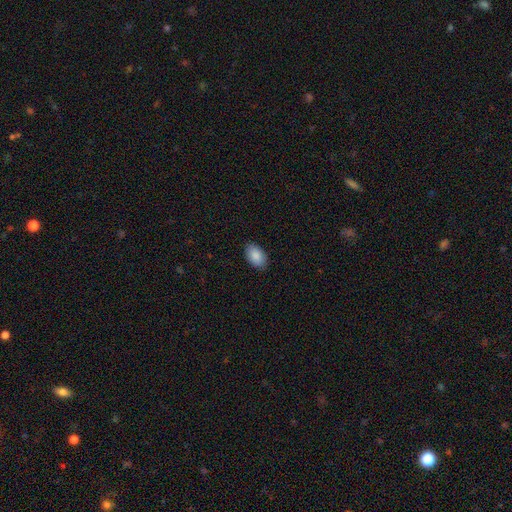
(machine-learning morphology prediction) Smooth or featured?
  - smooth: 89% *
  - star or artifact: 6%
  - featured or disk: 4%
How rounded?
  - in between: 94% *
  - round: 5%
  - cigar-shaped: 1%
Merging?
  - none: 89% *
  - minor disturbance: 9%
  - major disturbance: 2%
  - merger: 1%